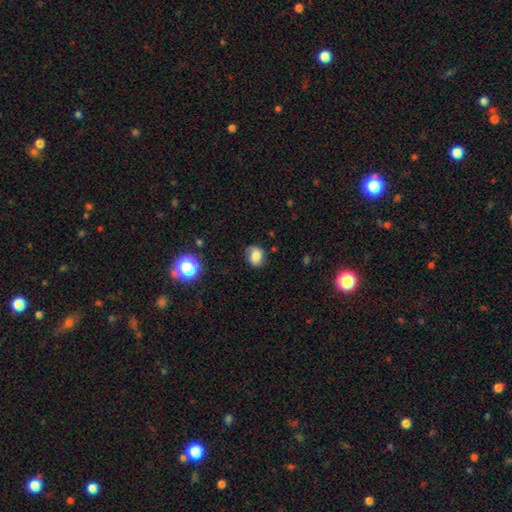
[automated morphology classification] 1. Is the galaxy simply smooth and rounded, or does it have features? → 71% smooth, 17% featured or disk, 12% star or artifact.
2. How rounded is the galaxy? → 53% round, 46% in between, 1% cigar-shaped.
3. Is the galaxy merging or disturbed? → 70% none, 22% minor disturbance, 6% major disturbance, 2% merger.